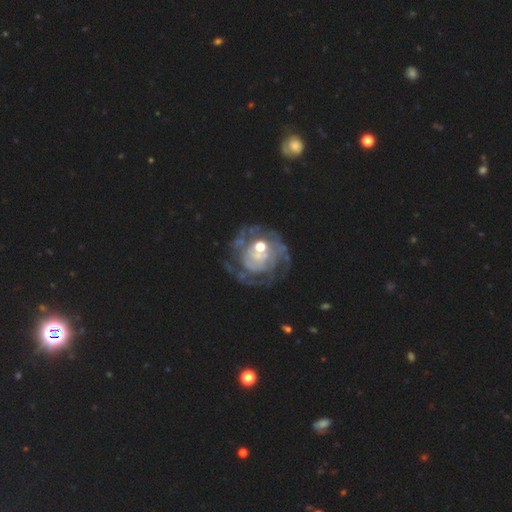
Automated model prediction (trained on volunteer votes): This appears to be a featured or disk galaxy (78%) with no bar (81%), tight (59%) spiral arms (72%) and a moderate central bulge (53%). Merging: none (51%).